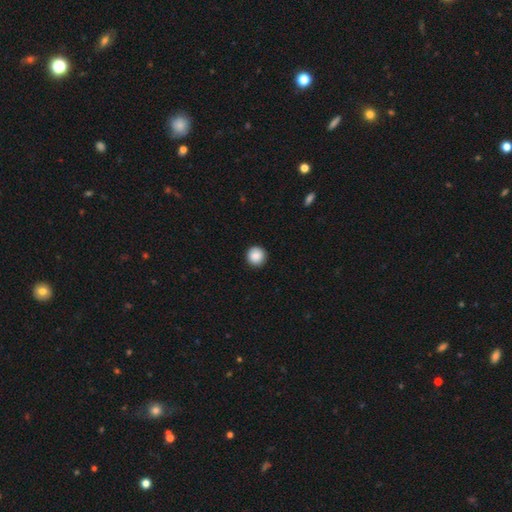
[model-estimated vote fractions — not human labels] Smooth or featured?
  - smooth: 88% *
  - star or artifact: 8%
  - featured or disk: 3%
How rounded?
  - round: 96% *
  - in between: 3%
  - cigar-shaped: 1%
Merging?
  - none: 92% *
  - minor disturbance: 5%
  - major disturbance: 2%
  - merger: 1%